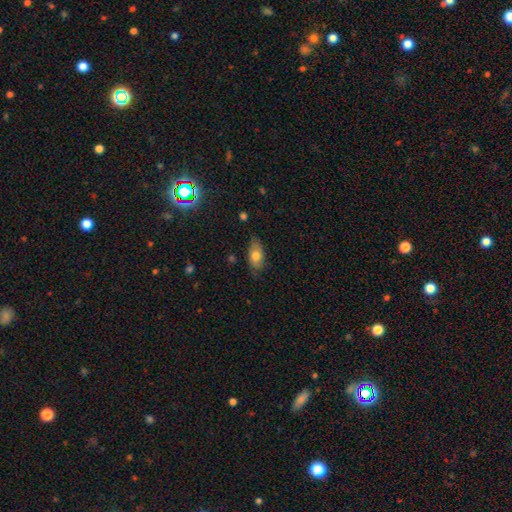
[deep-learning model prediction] smooth_or_featured: smooth (p=0.74) [alt: featured or disk p=0.18]
how_rounded: in between (p=0.87) [alt: cigar-shaped p=0.07]
merging: none (p=0.76) [alt: minor disturbance p=0.19]